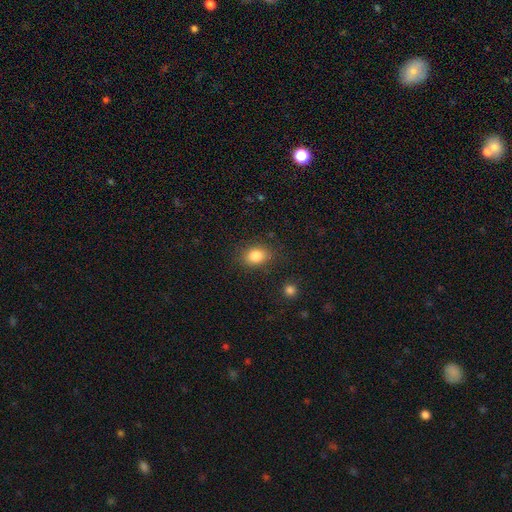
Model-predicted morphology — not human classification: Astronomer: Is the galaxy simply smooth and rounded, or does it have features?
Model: smooth — 84%.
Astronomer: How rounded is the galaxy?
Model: in between — 65%.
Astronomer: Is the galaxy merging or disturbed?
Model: none — 82%.